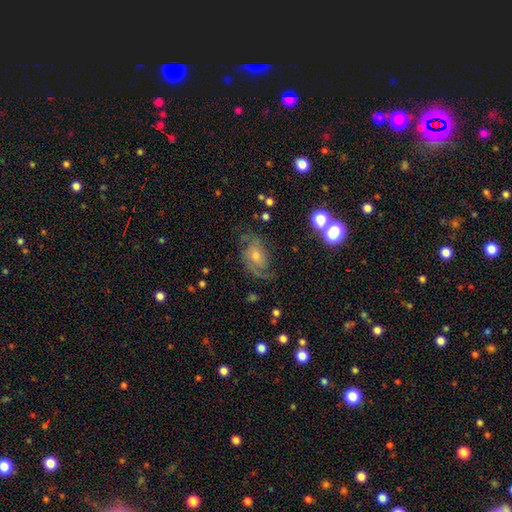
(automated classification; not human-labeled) Morphology: type=featured or disk (76%); edge-on=no (96%); bar=no (65%); spiral arms=yes (94%); winding=medium (45%); arm count=2 (50%); bulge=moderate (52%); merging=none (70%).